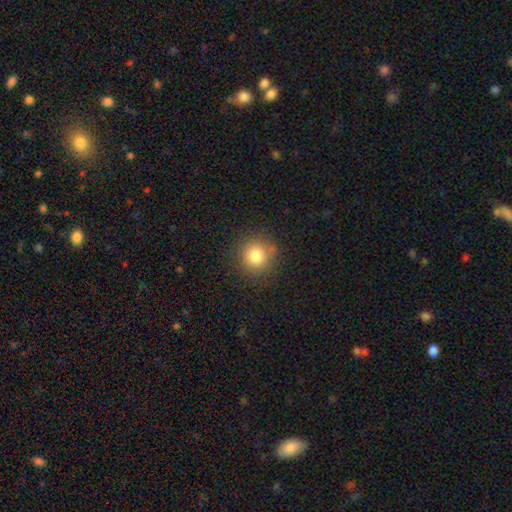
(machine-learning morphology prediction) The model was most divided on "smooth or featured": smooth: 80%, star or artifact: 12%, featured or disk: 8%. More confident: how rounded — round (92%); merging — none (85%).